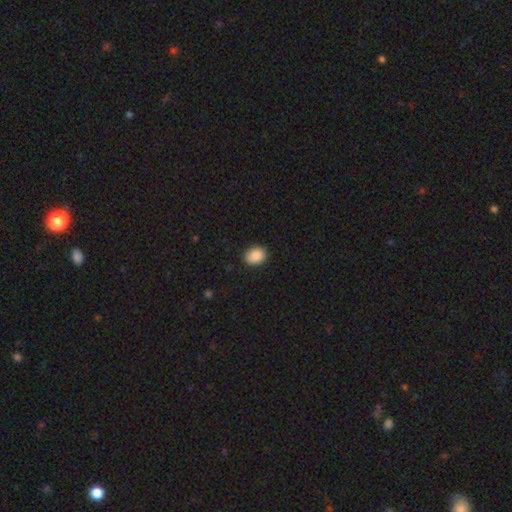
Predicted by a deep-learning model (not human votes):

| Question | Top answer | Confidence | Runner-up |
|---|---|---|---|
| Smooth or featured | smooth | 88% | star or artifact (8%) |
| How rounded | in between | 58% | round (41%) |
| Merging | none | 88% | minor disturbance (9%) |